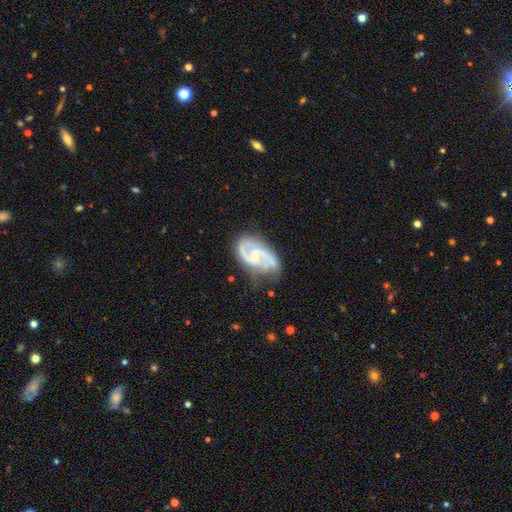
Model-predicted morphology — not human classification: featured or disk 86%, smooth 9%, star or artifact 5%. Down the decision tree: edge-on disk — no (97%); bar — weak (49%); spiral arms — yes (96%); spiral arm count — 2 (84%); spiral winding — medium (53%); bulge size — small (57%); merging — none (57%).